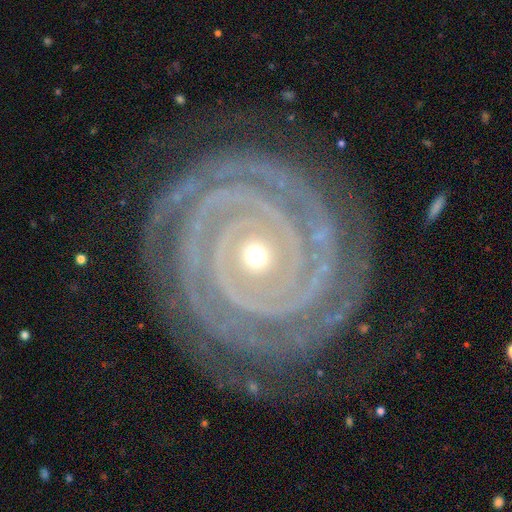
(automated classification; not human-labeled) A featured or disk galaxy (93%) with no bar (63%), 2 (48%) tight (94%) spiral arms (99%) and a small central bulge (66%).

Vote fractions:
- Smooth or featured? featured or disk: 93% / star or artifact: 5% / smooth: 2%
- Edge-on disk? no: 98% / yes: 2%
- Bar? no: 63% / strong: 21% / weak: 17%
- Spiral arms? yes: 99% / no: 1%
- Spiral winding? tight: 94% / medium: 5% / loose: 1%
- Spiral arm count? 2: 48% / 3: 16% / 4: 11% / more than 4: 10% / can't tell: 8% / 1: 7%
- Bulge size? small: 66% / moderate: 32% / large: 1% / none: 1% / dominant: 1%
- Merging? none: 86% / minor disturbance: 10% / major disturbance: 3% / merger: 1%